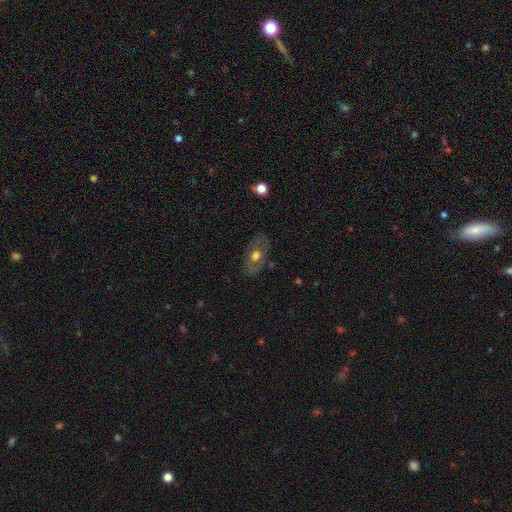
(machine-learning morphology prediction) Smooth or featured? featured or disk (47%)
Merging? none (77%)